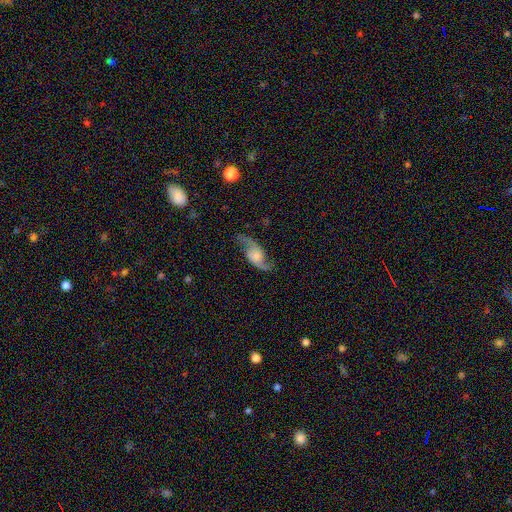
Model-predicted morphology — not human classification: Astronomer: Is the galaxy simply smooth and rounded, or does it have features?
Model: featured or disk — 82%.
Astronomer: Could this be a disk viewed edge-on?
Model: no — 94%.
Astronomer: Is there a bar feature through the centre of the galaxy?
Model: no — 64%.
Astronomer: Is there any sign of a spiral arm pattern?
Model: yes — 96%.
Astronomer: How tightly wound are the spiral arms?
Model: loose — 67%.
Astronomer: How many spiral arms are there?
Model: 2 — 93%.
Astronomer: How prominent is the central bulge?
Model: moderate — 38% (runner-up: small, 32%).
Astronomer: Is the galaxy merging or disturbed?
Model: none — 74%.